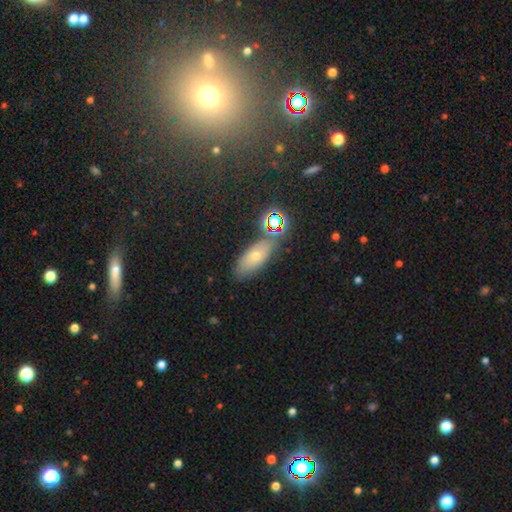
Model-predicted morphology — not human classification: Q: Smooth or featured?
A: smooth (48%); runner-up: star or artifact (29%)
Q: Merging?
A: none (77%); runner-up: minor disturbance (15%)